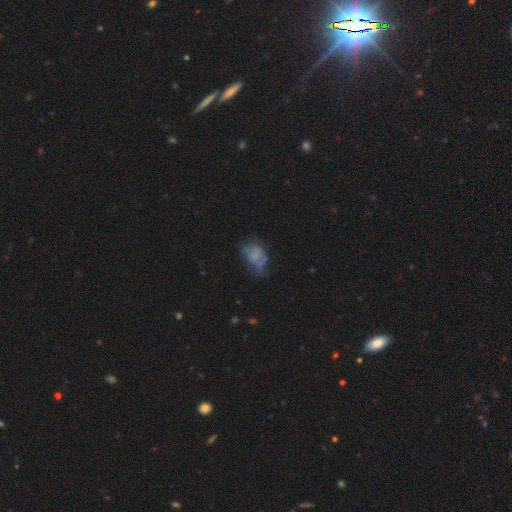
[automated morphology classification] type=smooth (52%); roundness=in between (80%); merging=none (38%).